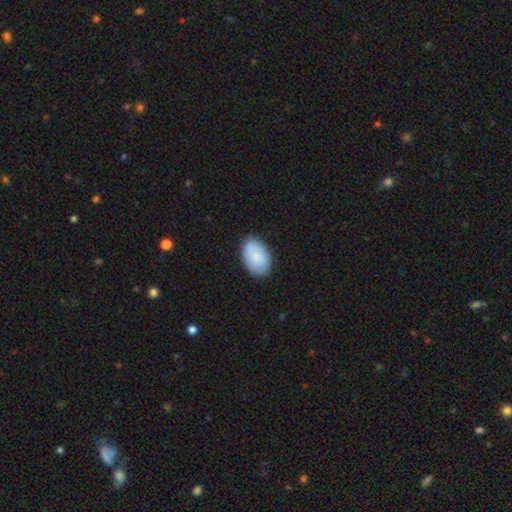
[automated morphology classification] smooth-or-featured: smooth: 86% | featured or disk: 8% | star or artifact: 6%
  how-rounded: in between: 91% | round: 8% | cigar-shaped: 1%
  merging: none: 84% | minor disturbance: 12% | major disturbance: 2% | merger: 1%